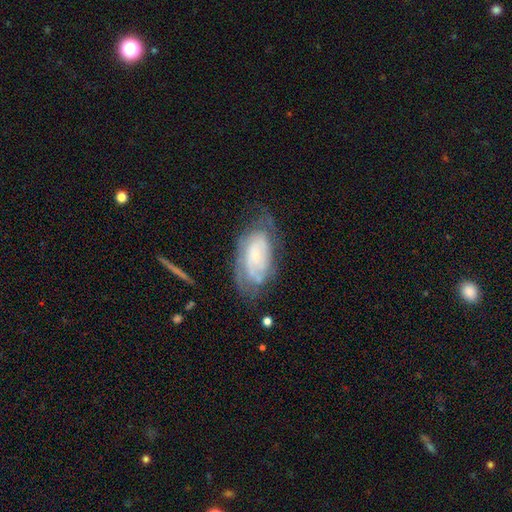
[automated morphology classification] This is likely a featured or disk galaxy (68%). It is clearly not viewed edge-on (94%). Bar: likely no (73%). Spiral arm pattern: clearly yes (80%). Spiral arm count: possibly can't tell (54%). Spiral winding: likely tight (61%). Central bulge: likely small (74%). Merging: possibly none (54%).